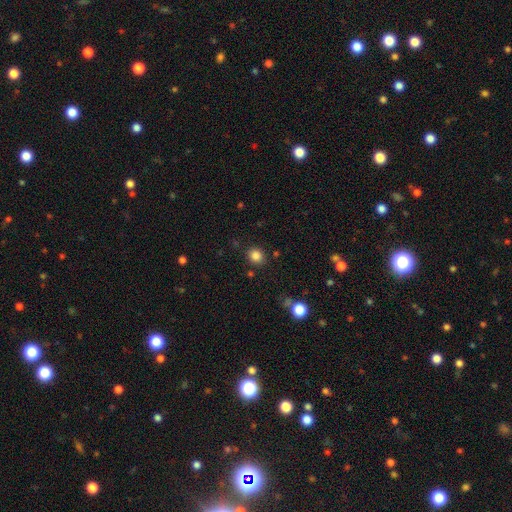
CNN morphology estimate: Smooth or featured?
  - smooth: 84% *
  - star or artifact: 12%
  - featured or disk: 4%
How rounded?
  - round: 77% *
  - in between: 22%
  - cigar-shaped: 1%
Merging?
  - none: 86% *
  - minor disturbance: 8%
  - major disturbance: 3%
  - merger: 3%